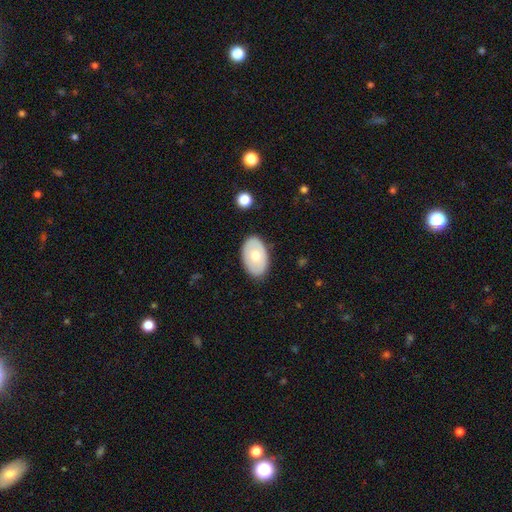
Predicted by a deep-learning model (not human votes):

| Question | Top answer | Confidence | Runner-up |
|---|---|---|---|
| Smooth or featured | smooth | 60% | featured or disk (34%) |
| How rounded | in between | 91% | round (8%) |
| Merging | none | 84% | minor disturbance (12%) |